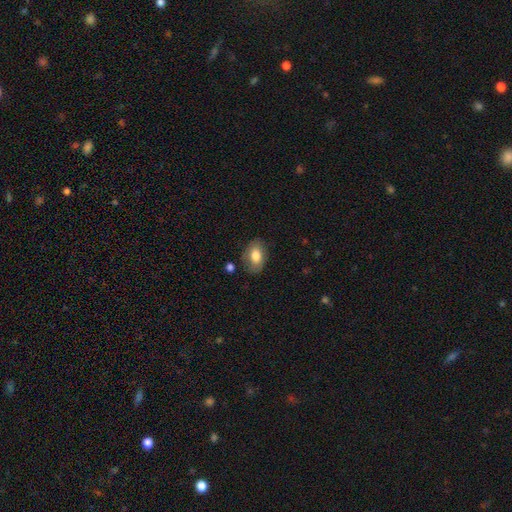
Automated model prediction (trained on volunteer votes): A smooth galaxy with no disk features (78%) that is in between round and cigar-shaped (87%).

Vote fractions:
- Smooth or featured? smooth: 78% / featured or disk: 15% / star or artifact: 7%
- How rounded? in between: 87% / round: 11% / cigar-shaped: 1%
- Merging? none: 77% / minor disturbance: 16% / major disturbance: 4% / merger: 3%